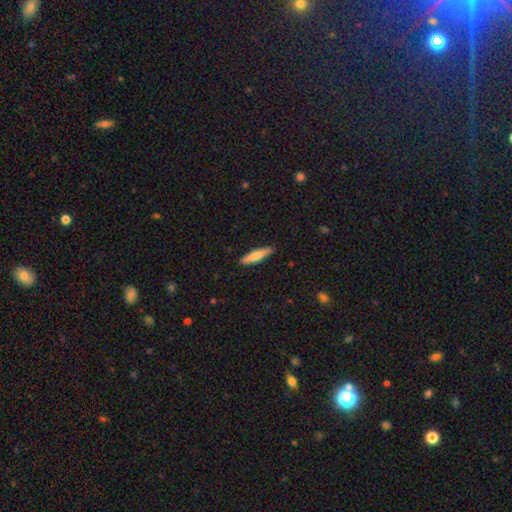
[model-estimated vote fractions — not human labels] Q: Smooth or featured?
A: smooth (69%); runner-up: featured or disk (25%)
Q: How rounded?
A: cigar-shaped (81%); runner-up: in between (17%)
Q: Merging?
A: none (89%); runner-up: minor disturbance (9%)